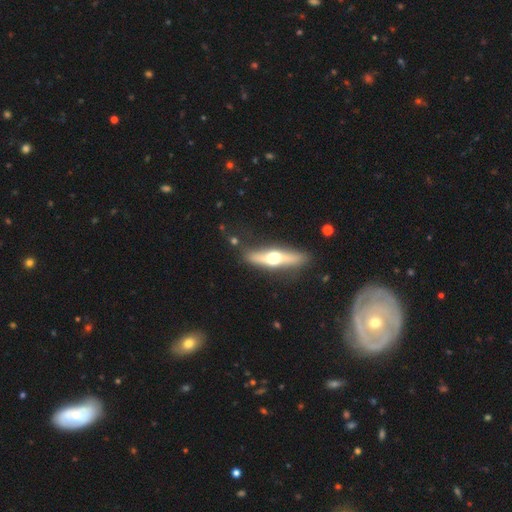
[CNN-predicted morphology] Smooth or featured?
  - featured or disk: 67% *
  - smooth: 28%
  - star or artifact: 6%
Edge-on disk?
  - yes: 91% *
  - no: 9%
Edge-on bulge?
  - rounded: 95% *
  - boxy: 3%
  - none: 3%
Merging?
  - none: 81% *
  - minor disturbance: 12%
  - major disturbance: 4%
  - merger: 3%